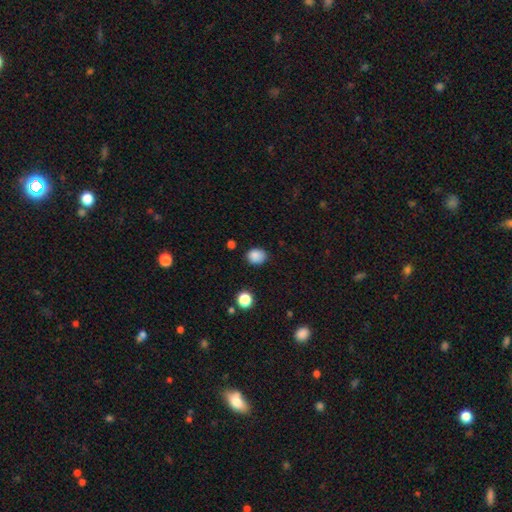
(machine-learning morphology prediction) smooth-or-featured: smooth: 86% | star or artifact: 10% | featured or disk: 4%
  how-rounded: round: 58% | in between: 41% | cigar-shaped: 1%
  merging: none: 81% | minor disturbance: 14% | major disturbance: 3% | merger: 2%